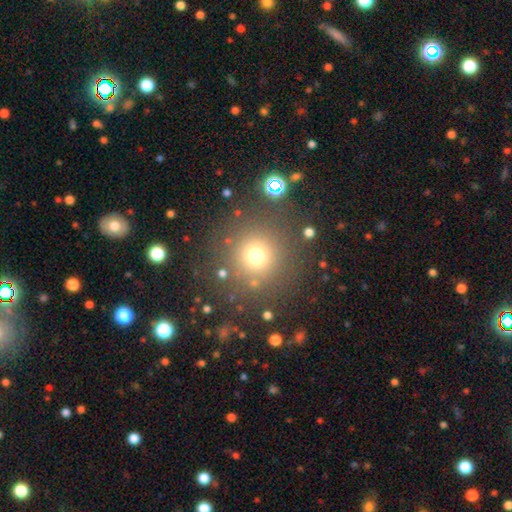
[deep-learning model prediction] This is likely a smooth galaxy (70%). How rounded: clearly round (95%). Merging: clearly none (83%).